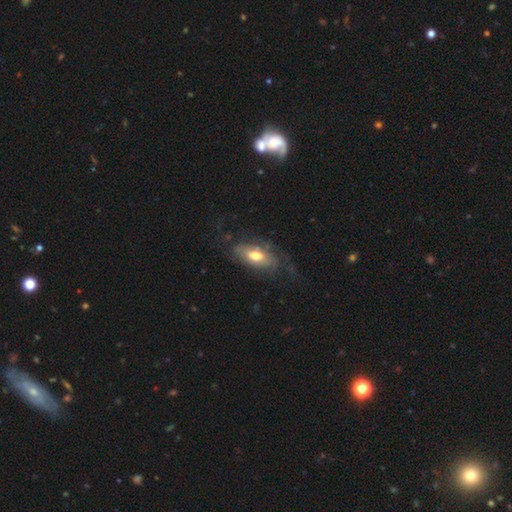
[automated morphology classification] Smooth or featured? Predicted: smooth (p=0.47). Merging? Predicted: none (p=0.53).